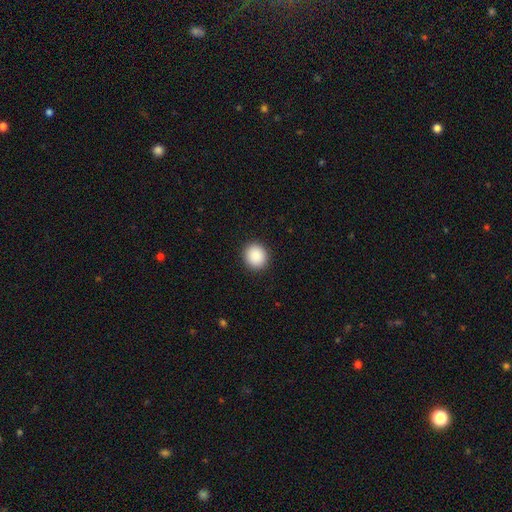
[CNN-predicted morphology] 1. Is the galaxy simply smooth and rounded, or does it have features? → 90% smooth, 8% star or artifact, 3% featured or disk.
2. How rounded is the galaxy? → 85% round, 14% in between, 1% cigar-shaped.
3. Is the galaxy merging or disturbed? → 92% none, 5% minor disturbance, 2% major disturbance, 1% merger.